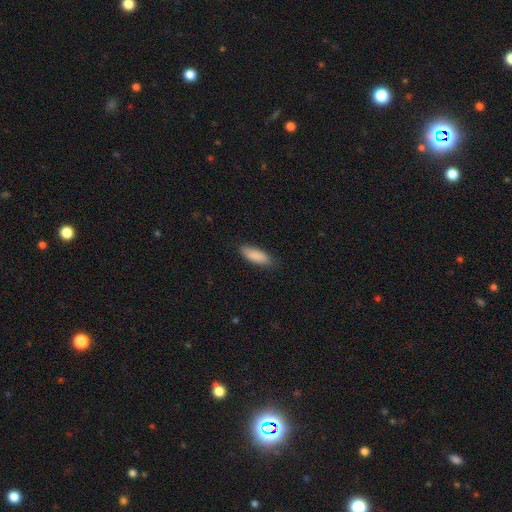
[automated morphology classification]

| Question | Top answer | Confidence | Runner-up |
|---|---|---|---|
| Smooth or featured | smooth | 88% | featured or disk (6%) |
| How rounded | in between | 66% | cigar-shaped (32%) |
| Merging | none | 82% | minor disturbance (14%) |